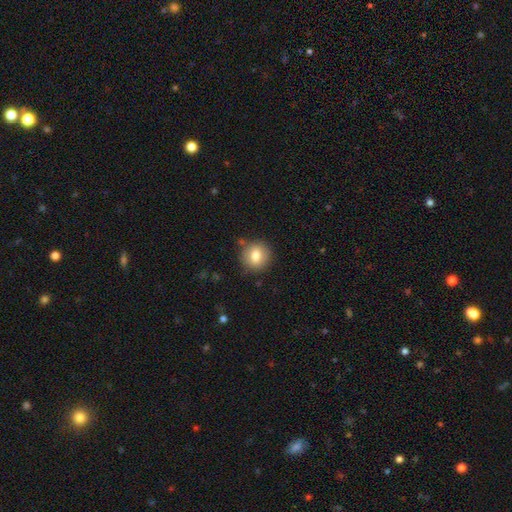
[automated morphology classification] smooth_or_featured: smooth (p=0.80) [alt: featured or disk p=0.11]
how_rounded: round (p=0.88) [alt: in between p=0.11]
merging: none (p=0.84) [alt: minor disturbance p=0.10]